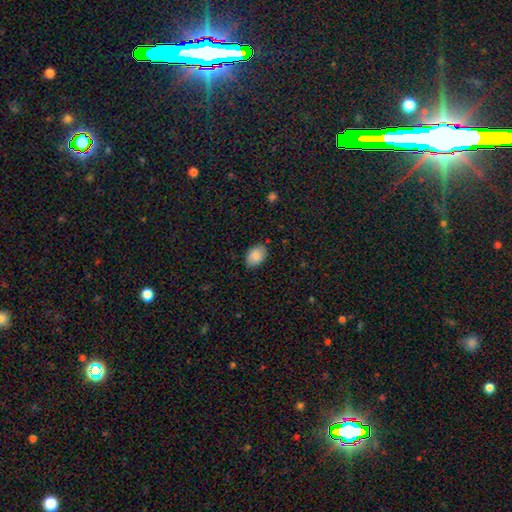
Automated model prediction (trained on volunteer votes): The model was most divided on "merging": none: 80%, minor disturbance: 16%, major disturbance: 3%, merger: 1%. More confident: smooth or featured — smooth (87%); how rounded — in between (82%).